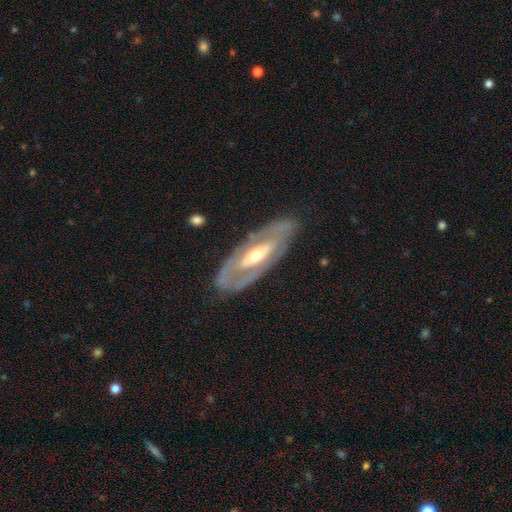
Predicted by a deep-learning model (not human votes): This is likely a featured or disk galaxy (76%). It is clearly not viewed edge-on (81%). Bar: marginally no (43%). Spiral arm pattern: possibly no (56%). Central bulge: likely moderate (61%). Merging: clearly none (80%).